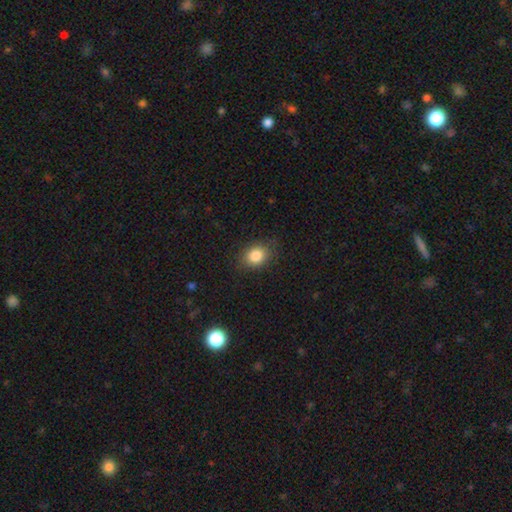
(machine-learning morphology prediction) Smooth or featured: smooth — 85% (star or artifact — 9%)
How rounded: in between — 58% (round — 40%)
Merging: none — 84% (minor disturbance — 12%)